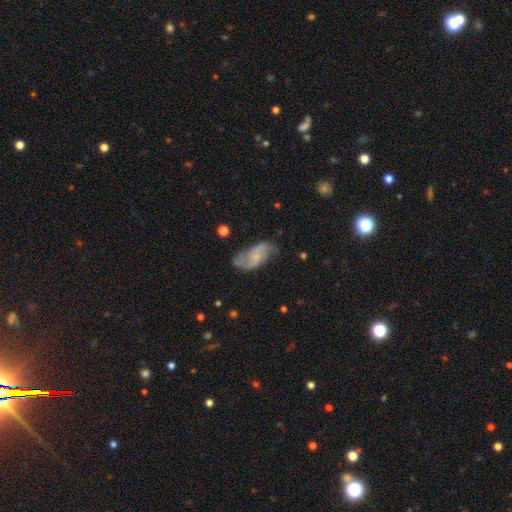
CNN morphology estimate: A featured or disk galaxy (63%) with no bar (61%), 2 (82%) loose (52%) spiral arms (88%) and a small central bulge (62%). Merging: none (60%).